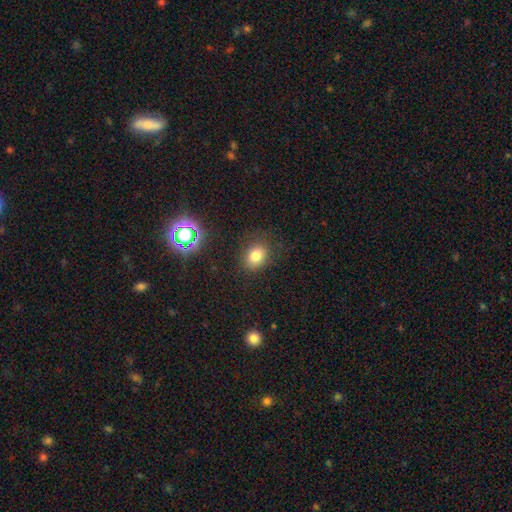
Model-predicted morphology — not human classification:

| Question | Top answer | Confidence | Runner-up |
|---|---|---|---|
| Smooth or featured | smooth | 78% | star or artifact (14%) |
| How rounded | in between | 53% | round (46%) |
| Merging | none | 83% | minor disturbance (11%) |